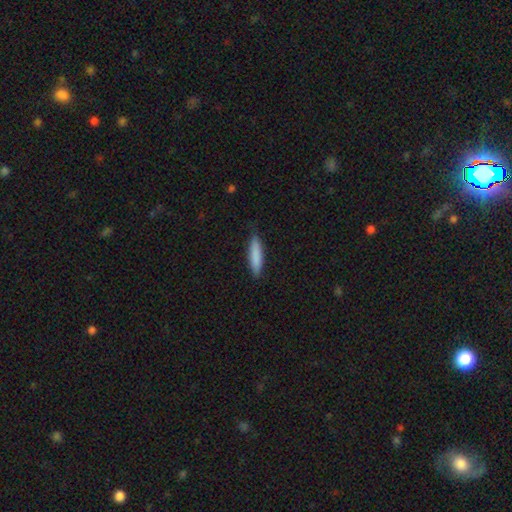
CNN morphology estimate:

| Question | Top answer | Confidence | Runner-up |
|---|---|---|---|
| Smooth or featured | smooth | 85% | featured or disk (9%) |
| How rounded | cigar-shaped | 78% | in between (21%) |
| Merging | none | 84% | minor disturbance (13%) |